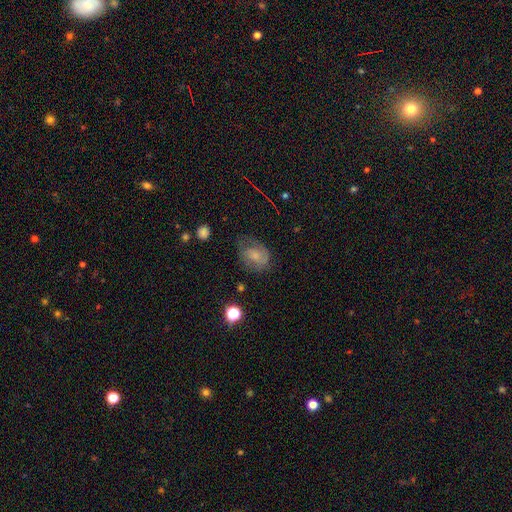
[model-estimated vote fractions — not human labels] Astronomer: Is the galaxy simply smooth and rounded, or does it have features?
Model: featured or disk — 47% (runner-up: smooth, 43%).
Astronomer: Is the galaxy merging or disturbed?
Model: none — 53%.